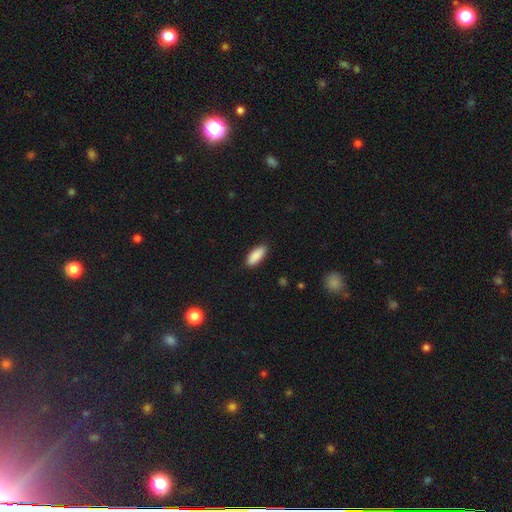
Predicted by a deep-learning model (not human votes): Q: Smooth or featured?
A: smooth (90%); runner-up: star or artifact (6%)
Q: How rounded?
A: in between (80%); runner-up: cigar-shaped (18%)
Q: Merging?
A: none (88%); runner-up: minor disturbance (9%)